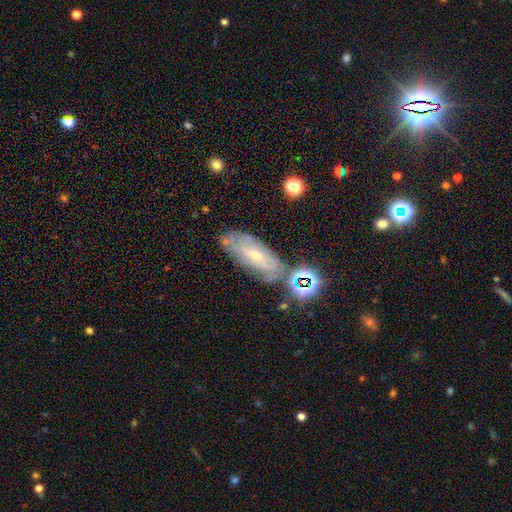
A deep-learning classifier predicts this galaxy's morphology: Q: Smooth or featured?
A: featured or disk (62%); runner-up: smooth (26%)
Q: Edge-on disk?
A: no (84%); runner-up: yes (16%)
Q: Bar?
A: no (60%); runner-up: weak (30%)
Q: Spiral arms?
A: yes (73%); runner-up: no (27%)
Q: Bulge size?
A: small (65%); runner-up: moderate (31%)
Q: Merging?
A: none (67%); runner-up: minor disturbance (19%)